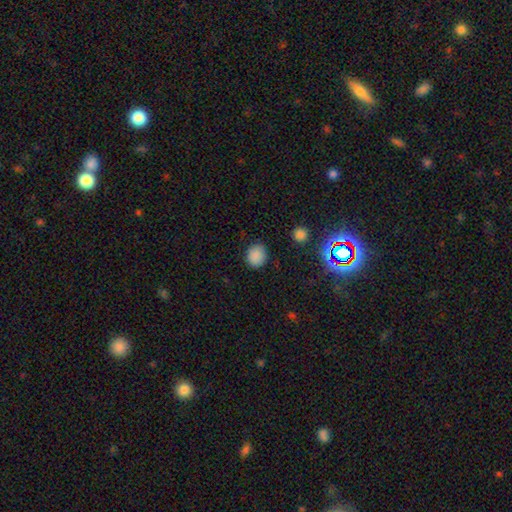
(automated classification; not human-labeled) This is clearly a smooth galaxy (85%). How rounded: likely round (76%). Merging: clearly none (87%).